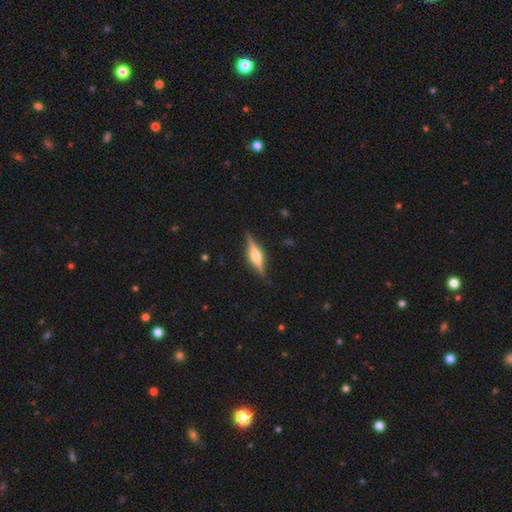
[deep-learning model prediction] This appears to be a featured or disk galaxy (73%) viewed edge-on (97%) with a rounded central bulge (83%). Merging: none (88%).